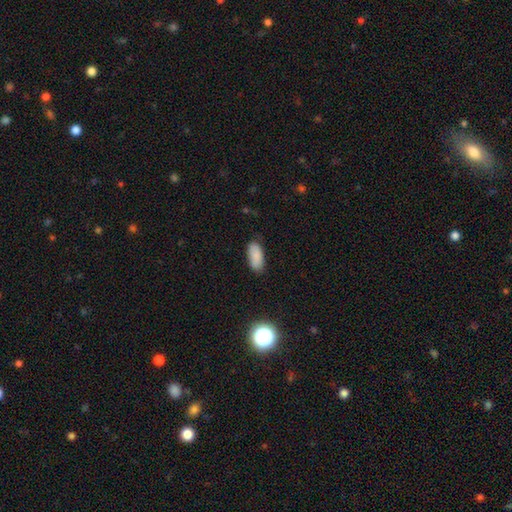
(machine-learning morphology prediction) Smooth or featured? smooth (88%)
How rounded? in between (87%)
Merging? none (82%)